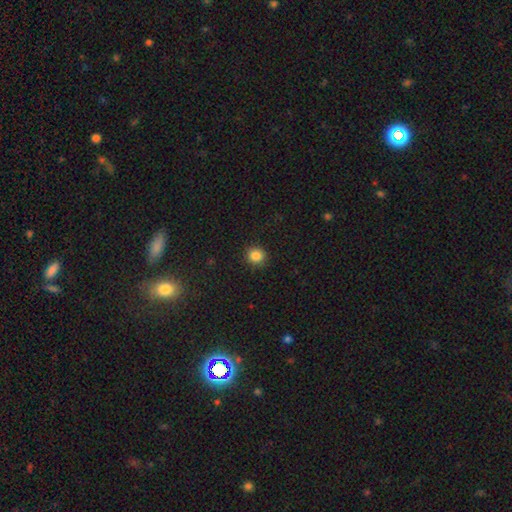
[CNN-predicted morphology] smooth 84%, star or artifact 11%, featured or disk 4%. Down the decision tree: how rounded — round (89%); merging — none (91%).